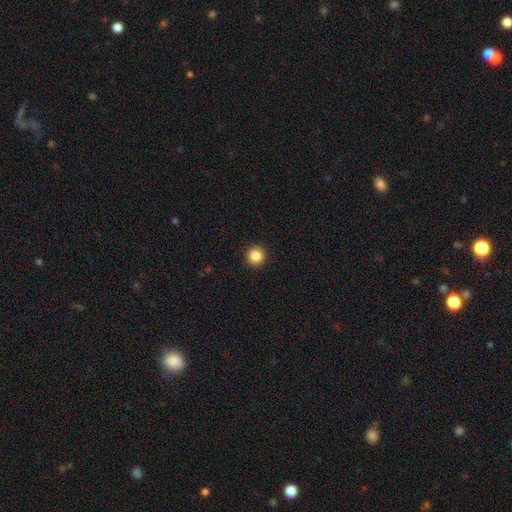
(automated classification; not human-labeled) This appears to be a smooth galaxy with no disk features (86%) that is round (96%). Merging: none (93%).